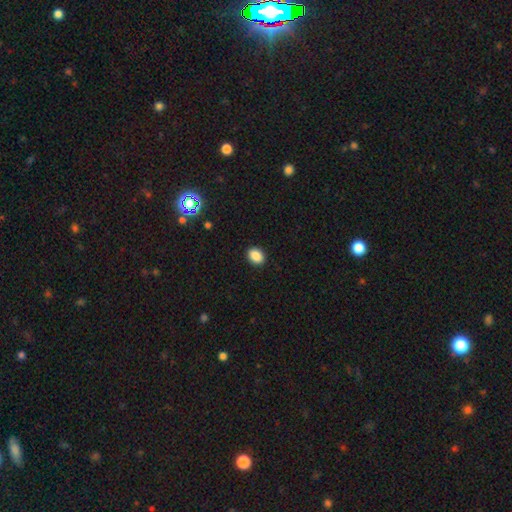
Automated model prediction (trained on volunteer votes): A smooth galaxy with no disk features (88%) that is in between round and cigar-shaped (68%).

Vote fractions:
- Smooth or featured? smooth: 88% / star or artifact: 9% / featured or disk: 3%
- How rounded? in between: 68% / round: 31% / cigar-shaped: 1%
- Merging? none: 91% / minor disturbance: 6% / major disturbance: 2% / merger: 1%